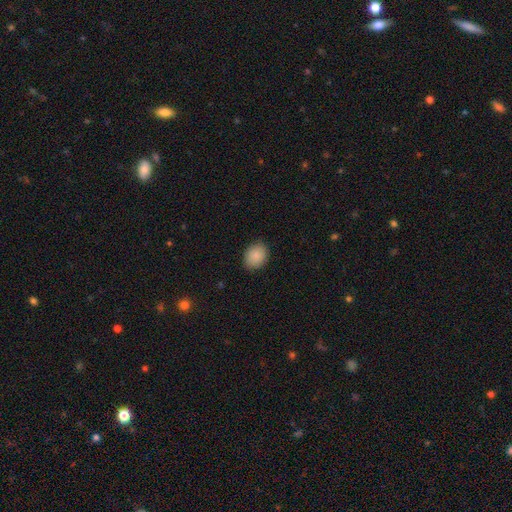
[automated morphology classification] smooth-or-featured: smooth: 88% | star or artifact: 7% | featured or disk: 4%
  how-rounded: in between: 54% | round: 45% | cigar-shaped: 1%
  merging: none: 86% | minor disturbance: 11% | major disturbance: 2% | merger: 1%